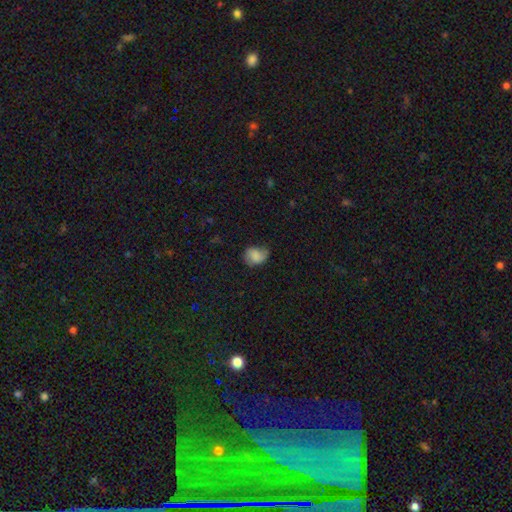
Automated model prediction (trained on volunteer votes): Overall: smooth (69%). How rounded: in between (52%; round 47%). Merging: none (52%; minor disturbance 35%).